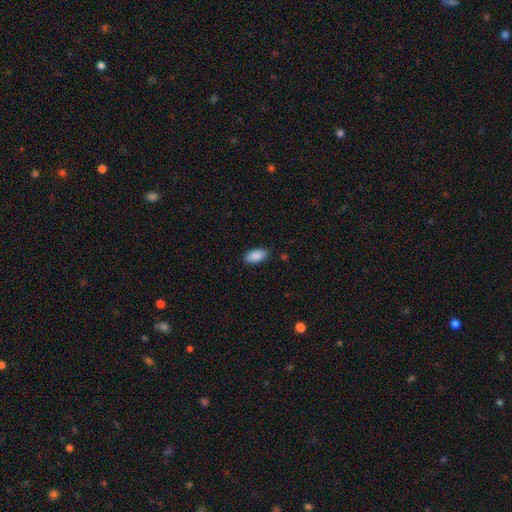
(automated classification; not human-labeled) Overall: smooth (89%). How rounded: in between (91%). Merging: none (87%).